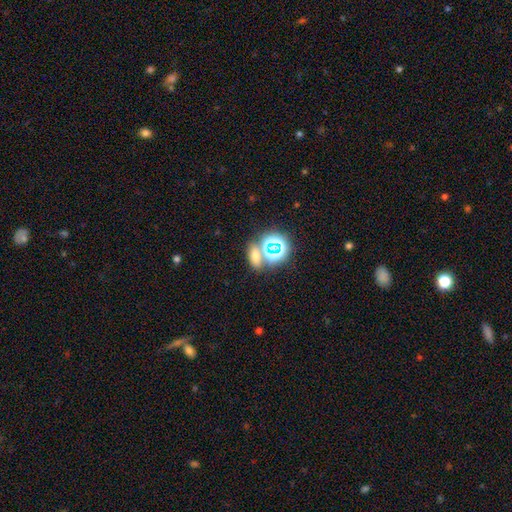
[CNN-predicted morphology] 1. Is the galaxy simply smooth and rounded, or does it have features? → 56% smooth, 32% star or artifact, 12% featured or disk.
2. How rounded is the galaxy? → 65% in between, 27% round, 8% cigar-shaped.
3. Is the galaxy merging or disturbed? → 63% none, 24% merger, 9% minor disturbance, 4% major disturbance.